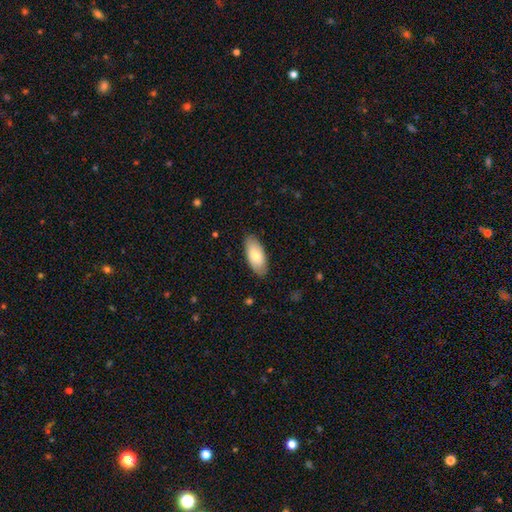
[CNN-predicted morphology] Q: Smooth or featured?
A: smooth (72%); runner-up: featured or disk (22%)
Q: How rounded?
A: in between (90%); runner-up: cigar-shaped (8%)
Q: Merging?
A: none (84%); runner-up: minor disturbance (13%)